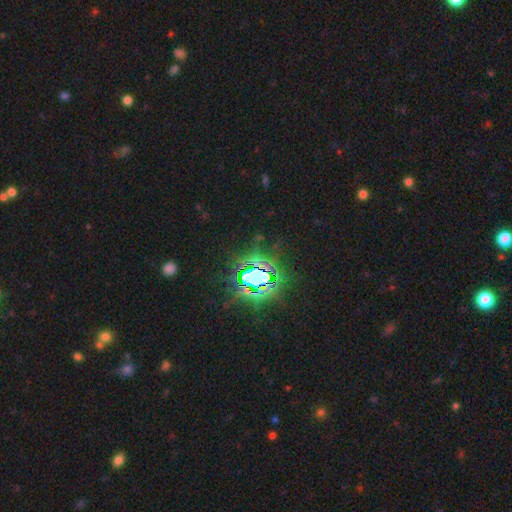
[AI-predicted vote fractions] This is clearly a star or artifact rather than a galaxy (82%).